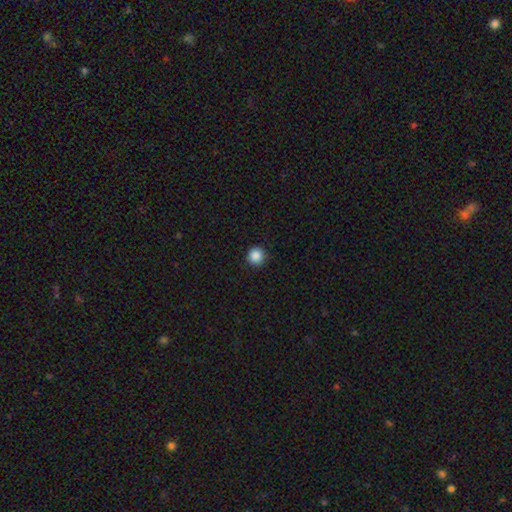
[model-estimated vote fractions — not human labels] This is clearly a smooth galaxy (88%). How rounded: clearly round (96%). Merging: clearly none (92%).